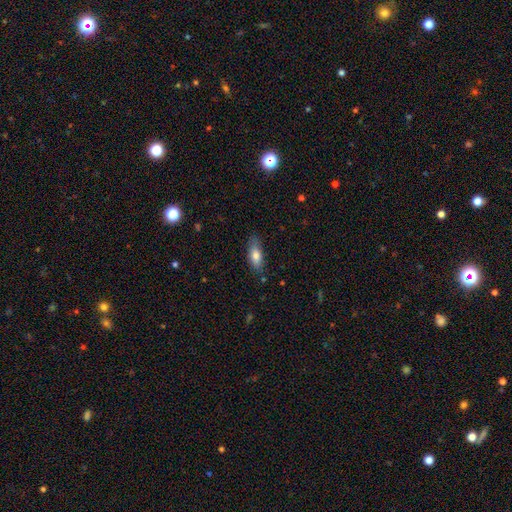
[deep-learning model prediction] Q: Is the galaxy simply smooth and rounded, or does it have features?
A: smooth — 77%.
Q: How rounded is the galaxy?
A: in between — 73%.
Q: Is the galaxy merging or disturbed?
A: none — 76%.